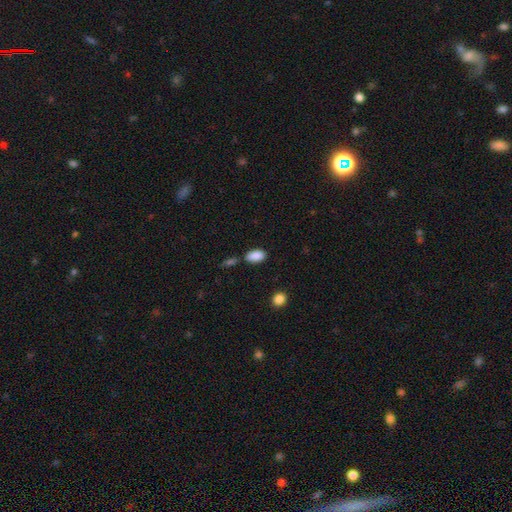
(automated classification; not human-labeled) This appears to be a smooth galaxy with no disk features (88%) that is in between round and cigar-shaped (92%). Merging: none (66%).